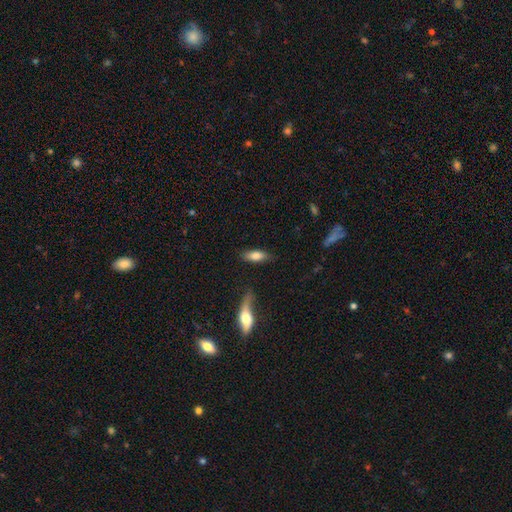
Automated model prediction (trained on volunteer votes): smooth-or-featured: smooth: 77% | featured or disk: 17% | star or artifact: 6%
  how-rounded: in between: 72% | cigar-shaped: 25% | round: 3%
  merging: none: 75% | minor disturbance: 16% | major disturbance: 5% | merger: 4%